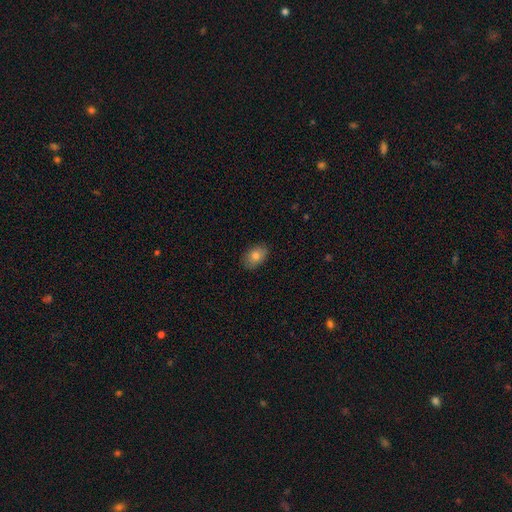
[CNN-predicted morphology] type=smooth (80%); roundness=in between (85%); merging=none (86%).